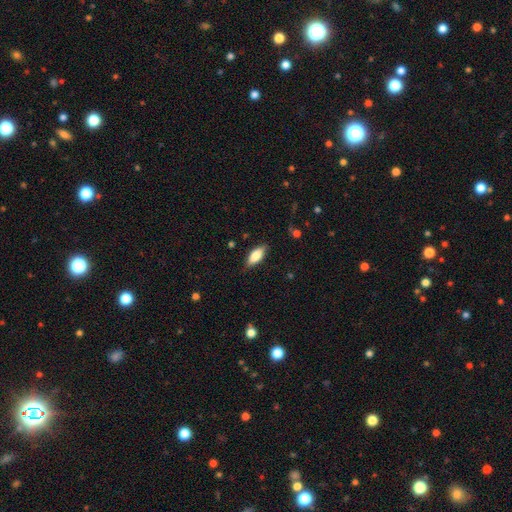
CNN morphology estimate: Smooth or featured? smooth (76%)
How rounded? in between (77%)
Merging? none (83%)